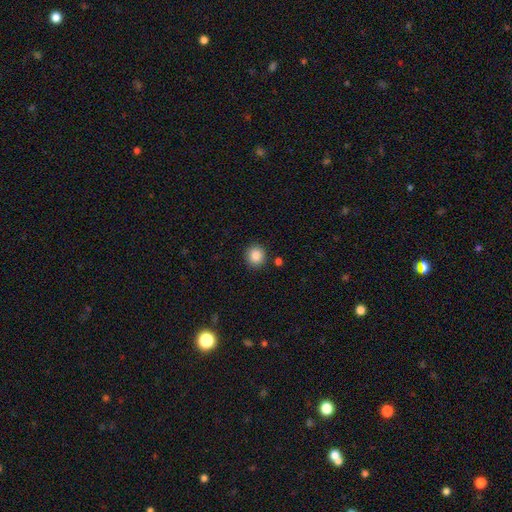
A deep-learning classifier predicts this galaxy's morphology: type=smooth (86%); roundness=round (89%); merging=none (88%).